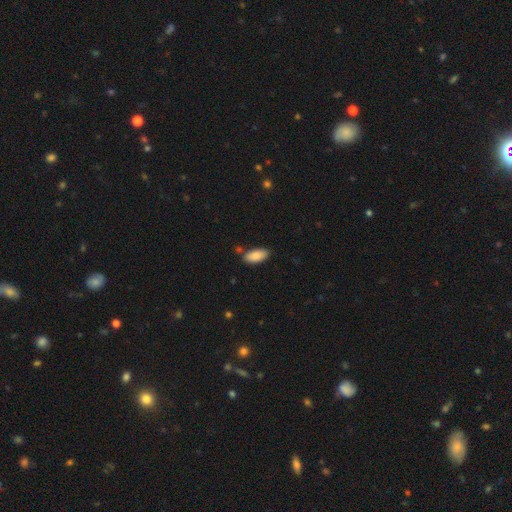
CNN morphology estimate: Q: Smooth or featured?
A: smooth (86%); runner-up: featured or disk (7%)
Q: How rounded?
A: in between (92%); runner-up: cigar-shaped (6%)
Q: Merging?
A: none (79%); runner-up: minor disturbance (14%)